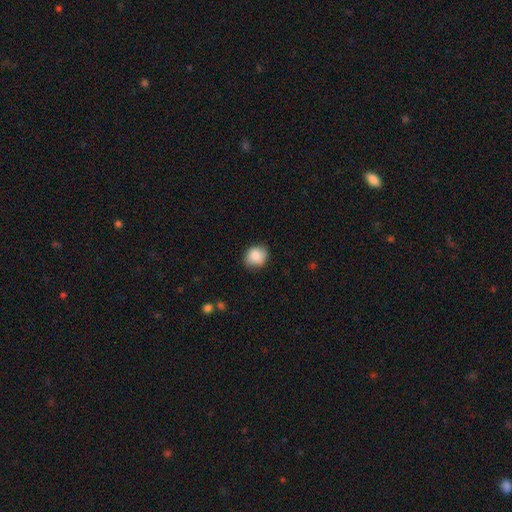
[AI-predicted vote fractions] Morphology: type=smooth (83%); roundness=round (70%); merging=none (80%).